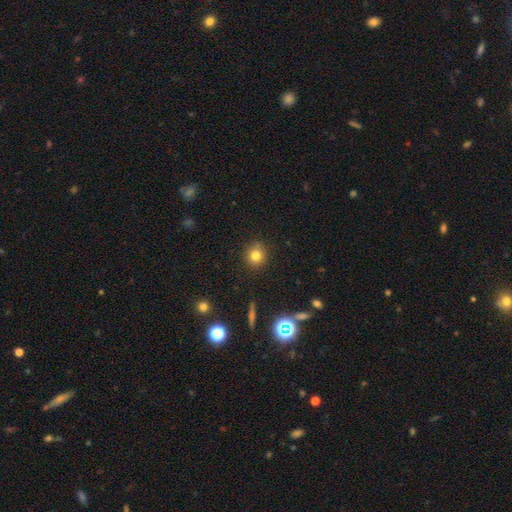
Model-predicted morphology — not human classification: Smooth or featured: smooth — 78% (star or artifact — 14%)
How rounded: round — 87% (in between — 12%)
Merging: none — 89% (minor disturbance — 8%)